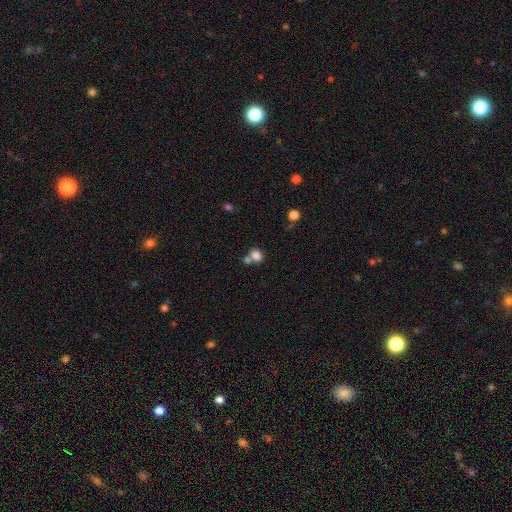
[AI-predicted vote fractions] Smooth or featured: smooth — 81% (star or artifact — 11%)
How rounded: round — 51% (in between — 48%)
Merging: none — 46% (merger — 40%)